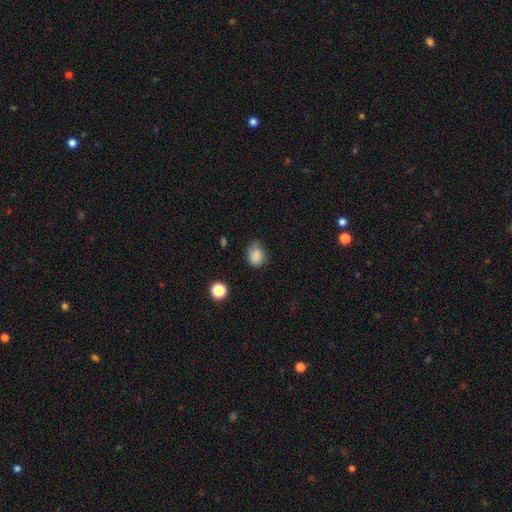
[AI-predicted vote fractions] Smooth or featured?
  - smooth: 84% *
  - star or artifact: 10%
  - featured or disk: 6%
How rounded?
  - in between: 52% *
  - round: 47%
  - cigar-shaped: 1%
Merging?
  - none: 51% *
  - minor disturbance: 38%
  - major disturbance: 10%
  - merger: 2%